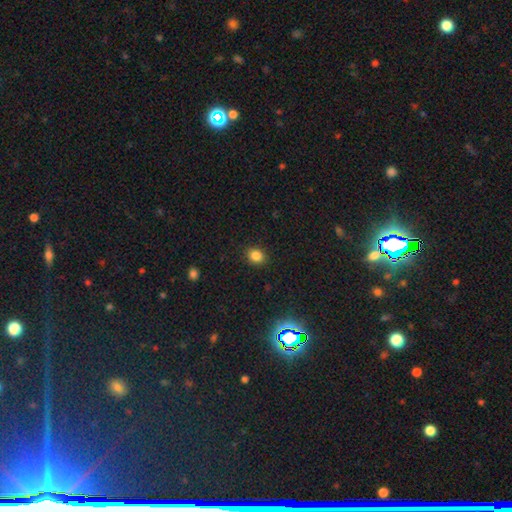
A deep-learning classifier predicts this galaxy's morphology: smooth_or_featured: smooth (p=0.83) [alt: star or artifact p=0.13]
how_rounded: round (p=0.67) [alt: in between p=0.32]
merging: none (p=0.90) [alt: minor disturbance p=0.07]